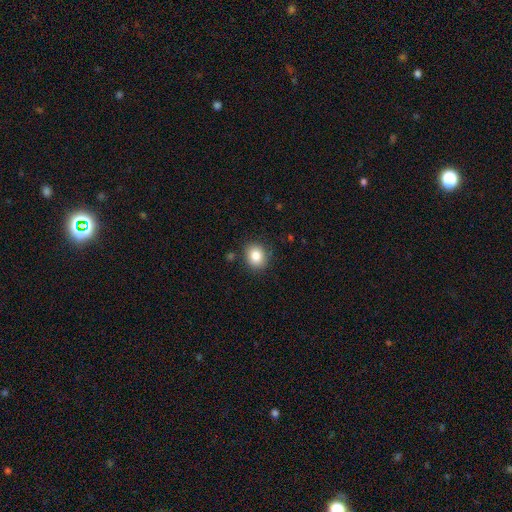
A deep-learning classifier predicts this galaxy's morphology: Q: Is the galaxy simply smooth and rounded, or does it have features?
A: smooth — 84%.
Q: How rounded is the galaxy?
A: round — 70%.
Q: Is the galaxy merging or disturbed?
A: none — 85%.